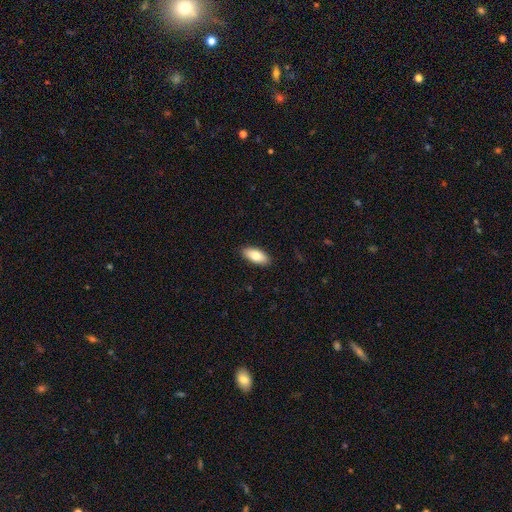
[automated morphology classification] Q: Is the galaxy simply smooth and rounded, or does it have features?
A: smooth — 79%.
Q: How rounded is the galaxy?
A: in between — 87%.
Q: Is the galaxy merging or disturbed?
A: none — 90%.